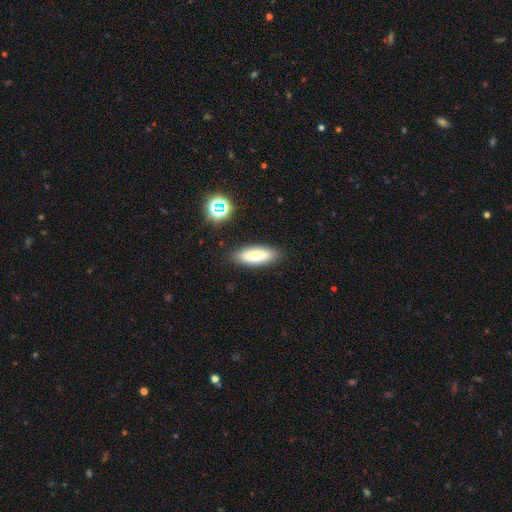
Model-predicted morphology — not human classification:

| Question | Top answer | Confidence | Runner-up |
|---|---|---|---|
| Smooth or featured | smooth | 74% | featured or disk (17%) |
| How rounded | in between | 68% | cigar-shaped (29%) |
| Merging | none | 85% | minor disturbance (10%) |